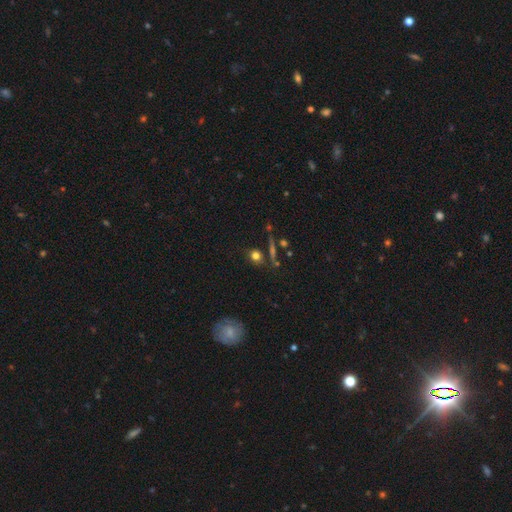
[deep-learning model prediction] Smooth or featured? smooth (71%)
How rounded? round (70%)
Merging? none (75%)